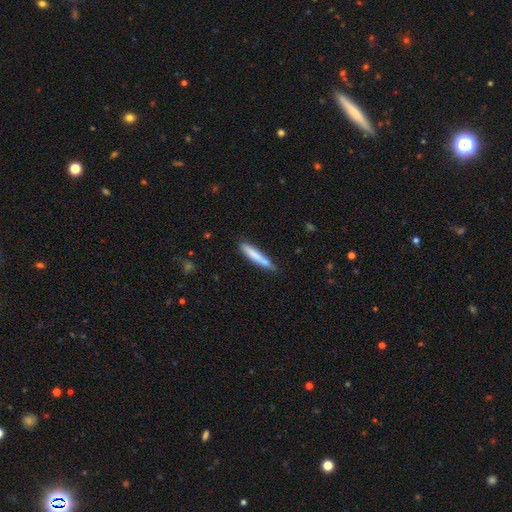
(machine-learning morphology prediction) Smooth or featured?
  - smooth: 75% *
  - featured or disk: 19%
  - star or artifact: 6%
How rounded?
  - cigar-shaped: 93% *
  - in between: 6%
  - round: 1%
Merging?
  - none: 77% *
  - minor disturbance: 16%
  - merger: 4%
  - major disturbance: 3%